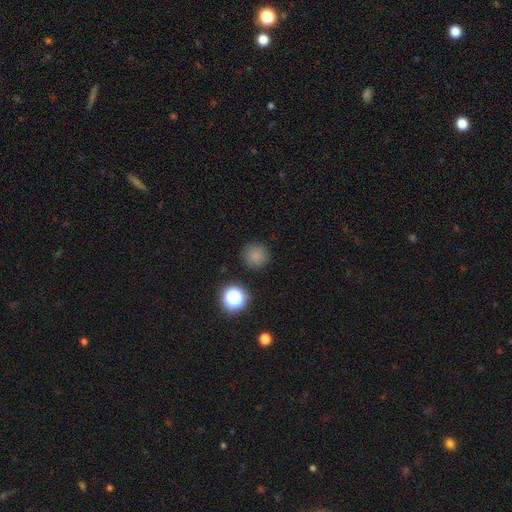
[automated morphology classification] smooth 79%, star or artifact 16%, featured or disk 5%. Down the decision tree: how rounded — round (94%); merging — none (87%).